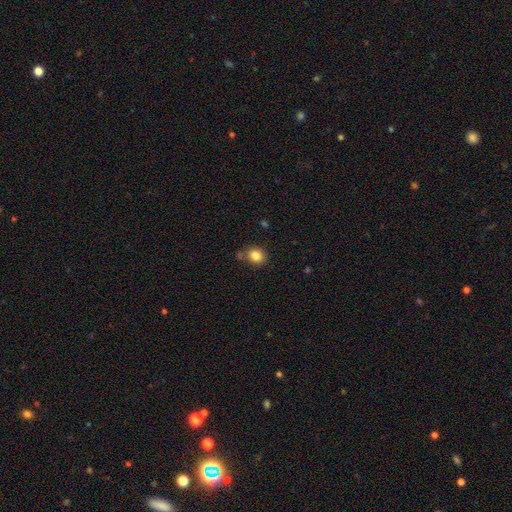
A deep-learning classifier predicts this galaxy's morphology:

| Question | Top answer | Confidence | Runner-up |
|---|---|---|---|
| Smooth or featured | smooth | 84% | star or artifact (11%) |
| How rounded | round | 73% | in between (27%) |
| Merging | none | 73% | minor disturbance (14%) |